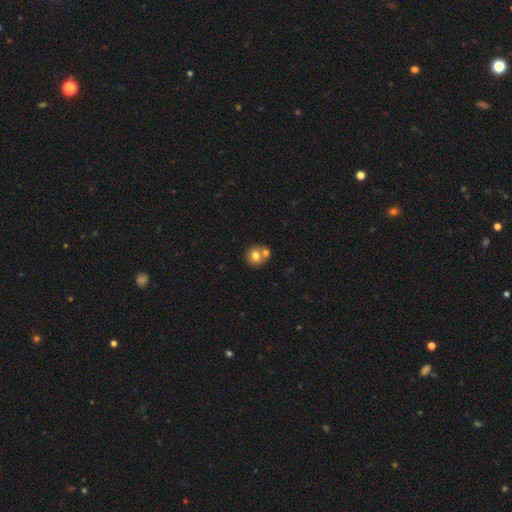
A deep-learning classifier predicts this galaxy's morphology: type=smooth (75%); roundness=round (86%); merging=none (50%).